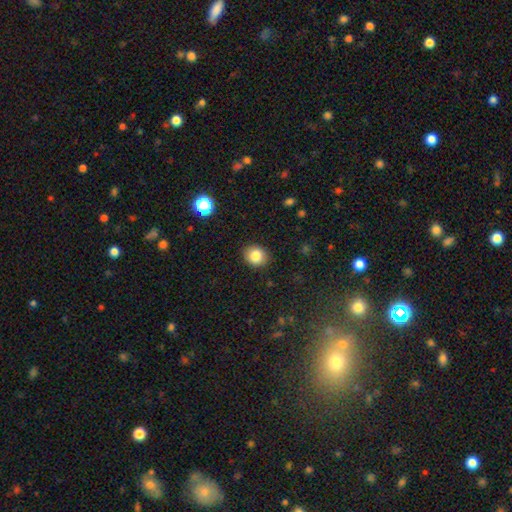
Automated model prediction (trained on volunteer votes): smooth_or_featured: smooth (p=0.84) [alt: star or artifact p=0.10]
how_rounded: round (p=0.73) [alt: in between p=0.26]
merging: none (p=0.89) [alt: minor disturbance p=0.08]